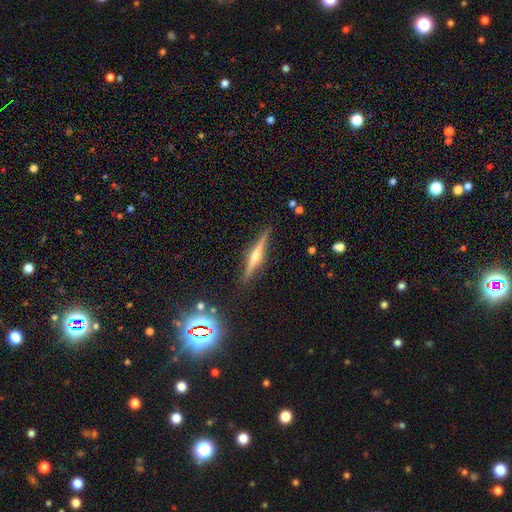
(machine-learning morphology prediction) featured or disk 78%, smooth 12%, star or artifact 9%. Down the decision tree: edge-on disk — yes (98%); edge-on bulge — rounded (92%); merging — none (91%).